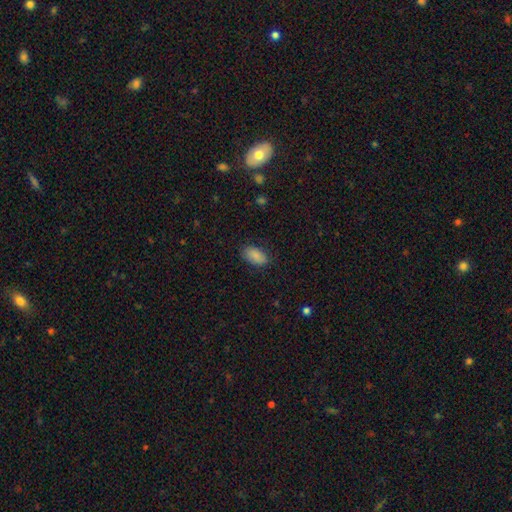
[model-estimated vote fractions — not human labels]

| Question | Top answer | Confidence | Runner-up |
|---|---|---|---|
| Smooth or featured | smooth | 88% | star or artifact (7%) |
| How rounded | in between | 94% | round (4%) |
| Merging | none | 84% | minor disturbance (12%) |